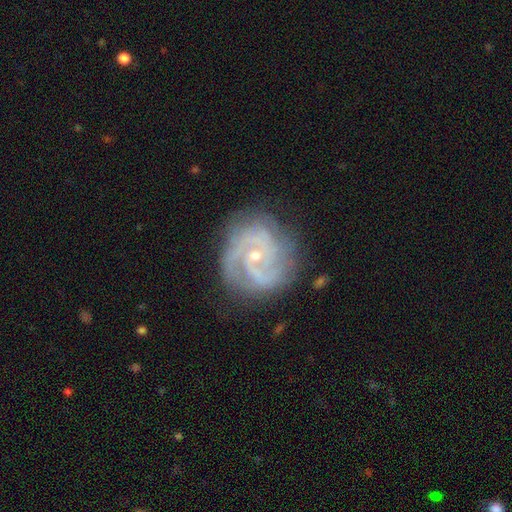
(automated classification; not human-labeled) A featured or disk galaxy (89%) with no bar (64%), 2 (39%) tight (56%) spiral arms (98%) and a small central bulge (74%).

Vote fractions:
- Smooth or featured? featured or disk: 89% / star or artifact: 5% / smooth: 5%
- Edge-on disk? no: 98% / yes: 2%
- Bar? no: 64% / weak: 29% / strong: 7%
- Spiral arms? yes: 98% / no: 2%
- Spiral winding? tight: 56% / medium: 38% / loose: 6%
- Spiral arm count? 2: 39% / 3: 32% / can't tell: 13% / 4: 7% / 1: 5% / more than 4: 5%
- Bulge size? small: 74% / moderate: 23% / none: 1% / large: 1% / dominant: 1%
- Merging? none: 75% / minor disturbance: 17% / major disturbance: 7% / merger: 1%